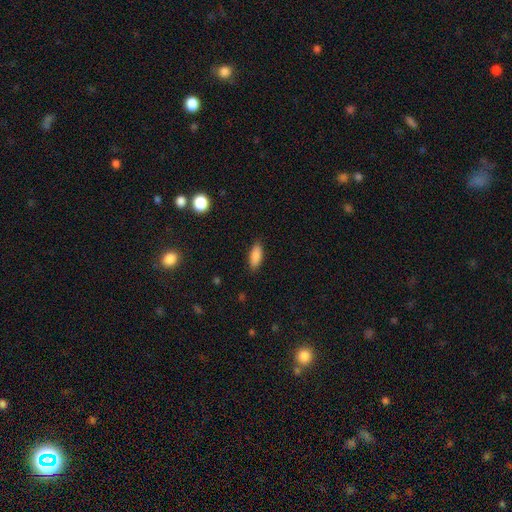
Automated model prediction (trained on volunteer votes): Smooth or featured? smooth (87%)
How rounded? in between (77%)
Merging? none (87%)